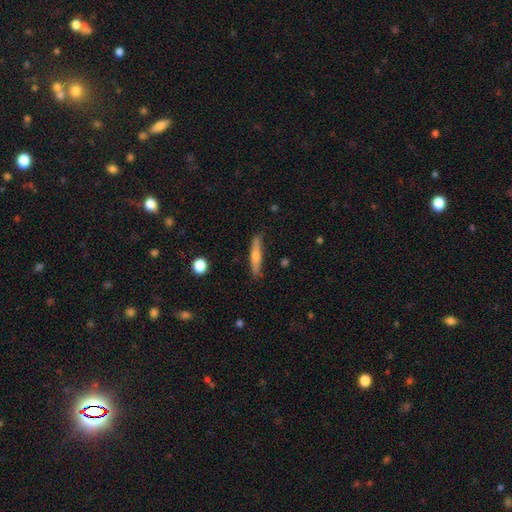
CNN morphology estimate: The model was most divided on "smooth or featured": smooth: 47%, featured or disk: 46%, star or artifact: 6%. More confident: merging — none (86%).